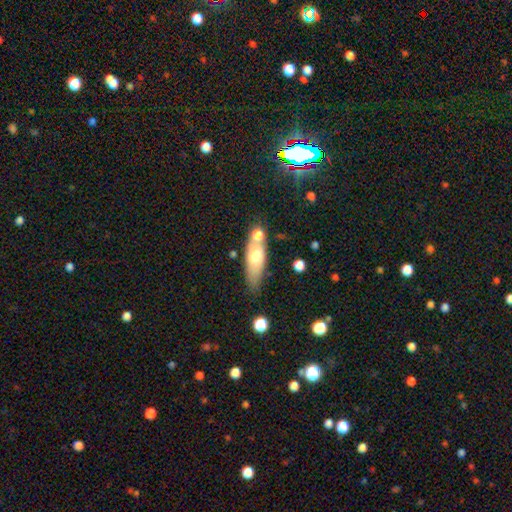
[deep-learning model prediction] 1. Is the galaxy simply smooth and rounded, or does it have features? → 59% smooth, 34% featured or disk, 7% star or artifact.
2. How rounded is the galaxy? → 55% in between, 41% cigar-shaped, 4% round.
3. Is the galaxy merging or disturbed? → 54% none, 23% merger, 17% minor disturbance, 5% major disturbance.